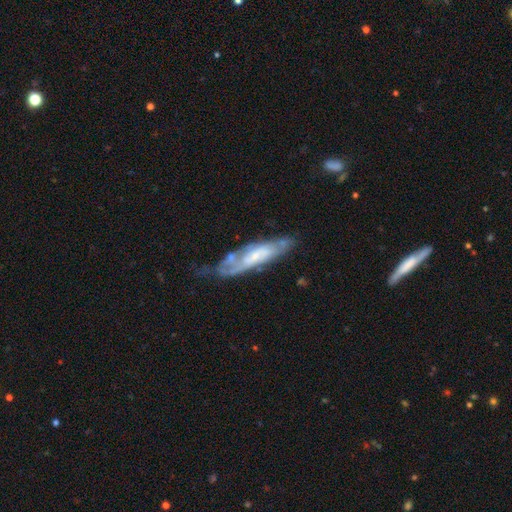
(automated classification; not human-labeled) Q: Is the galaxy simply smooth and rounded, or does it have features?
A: featured or disk — 68%.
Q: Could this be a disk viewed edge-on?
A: no — 69%.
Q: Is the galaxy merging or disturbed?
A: none — 50%.